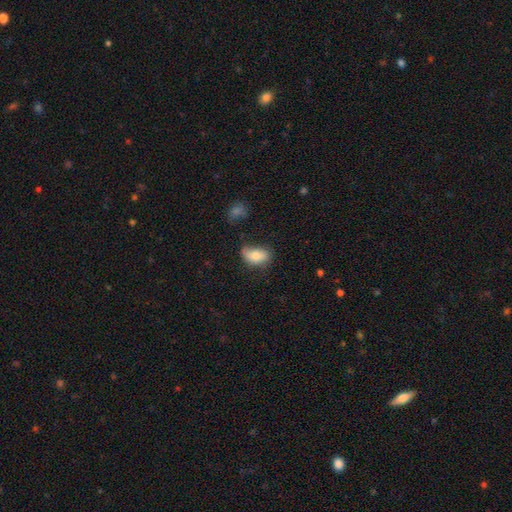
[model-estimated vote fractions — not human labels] This appears to be a smooth galaxy with no disk features (75%) that is in between round and cigar-shaped (90%). Merging: none (58%).